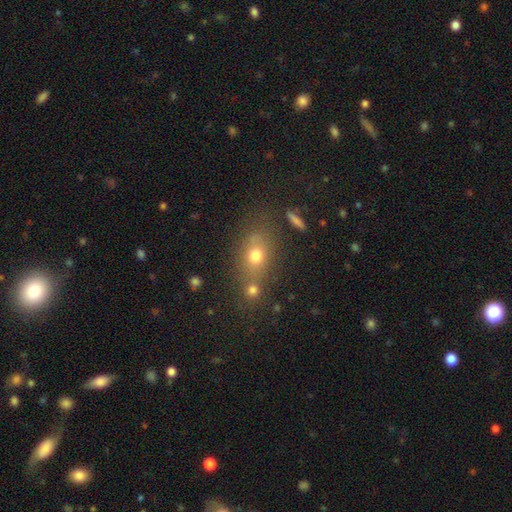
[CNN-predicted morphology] The model was most divided on "how rounded": in between: 54%, round: 41%, cigar-shaped: 5%. More confident: smooth or featured — smooth (68%); merging — none (57%).